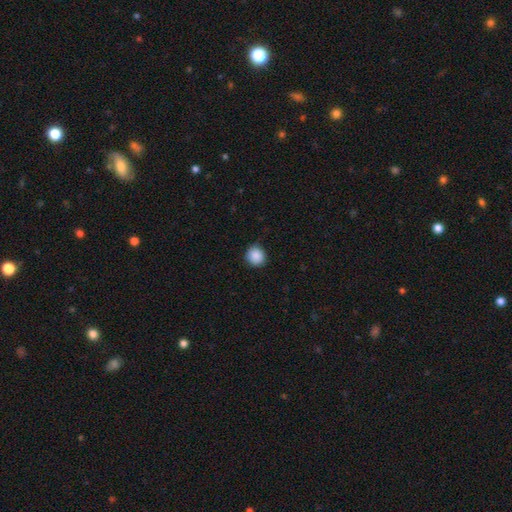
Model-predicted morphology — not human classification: Smooth or featured? Predicted: smooth (p=0.88). How rounded? Predicted: round (p=0.90). Merging? Predicted: none (p=0.83).